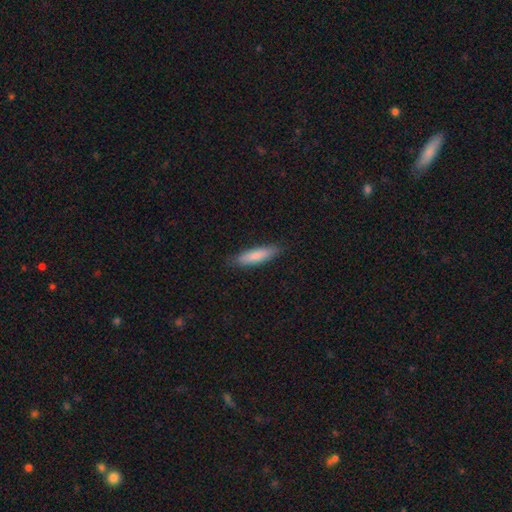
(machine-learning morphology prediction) Q: Smooth or featured?
A: smooth (83%); runner-up: featured or disk (11%)
Q: How rounded?
A: cigar-shaped (71%); runner-up: in between (28%)
Q: Merging?
A: none (86%); runner-up: minor disturbance (11%)